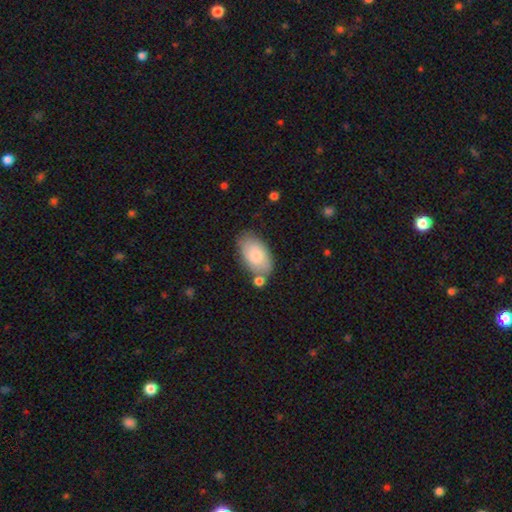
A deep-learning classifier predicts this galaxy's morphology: The model was most divided on "merging": none: 65%, minor disturbance: 18%, merger: 13%, major disturbance: 5%. More confident: how rounded — in between (94%); smooth or featured — smooth (78%).